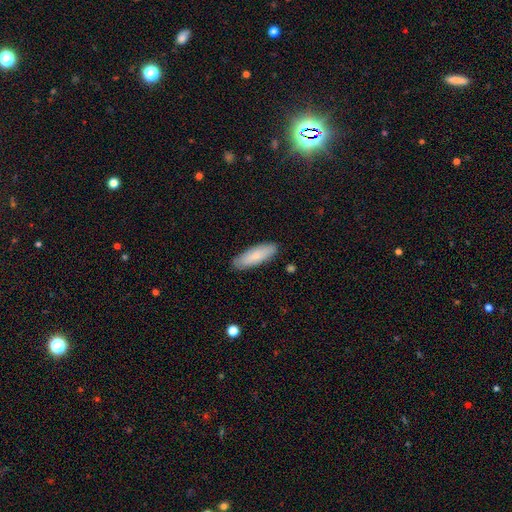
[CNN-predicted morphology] type=smooth (82%); roundness=in between (50%); merging=none (87%).